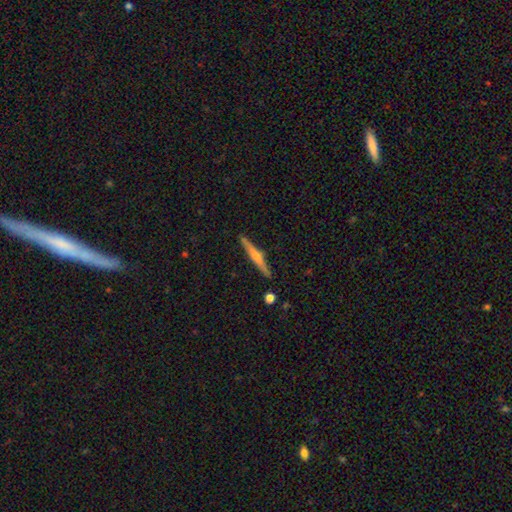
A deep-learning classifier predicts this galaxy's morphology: This appears to be a featured or disk galaxy (72%) viewed edge-on (98%) with a rounded central bulge (85%). Merging: none (91%).